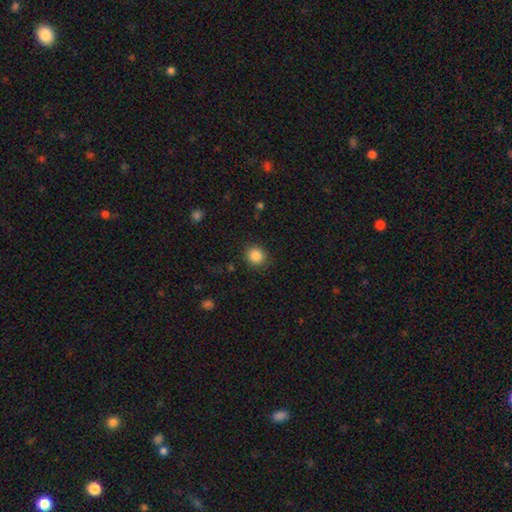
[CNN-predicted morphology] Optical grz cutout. It shows a smooth galaxy with no disk features (86%) that is round (87%). Merging: none (88%).